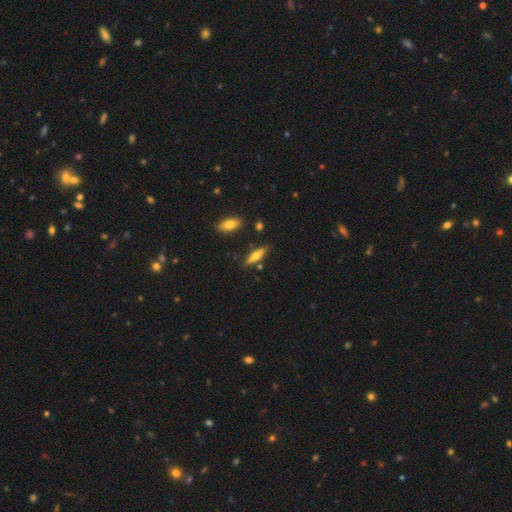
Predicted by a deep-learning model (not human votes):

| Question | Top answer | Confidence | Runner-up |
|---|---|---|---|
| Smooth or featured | smooth | 59% | featured or disk (34%) |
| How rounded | cigar-shaped | 67% | in between (31%) |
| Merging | none | 81% | minor disturbance (12%) |